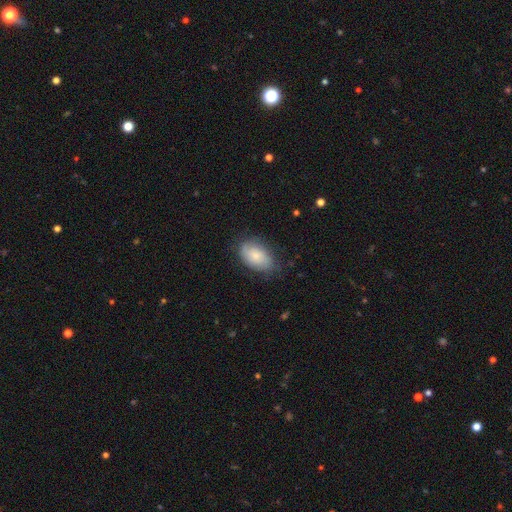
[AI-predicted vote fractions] Smooth or featured? Predicted: smooth (p=0.71). How rounded? Predicted: in between (p=0.92). Merging? Predicted: none (p=0.70).